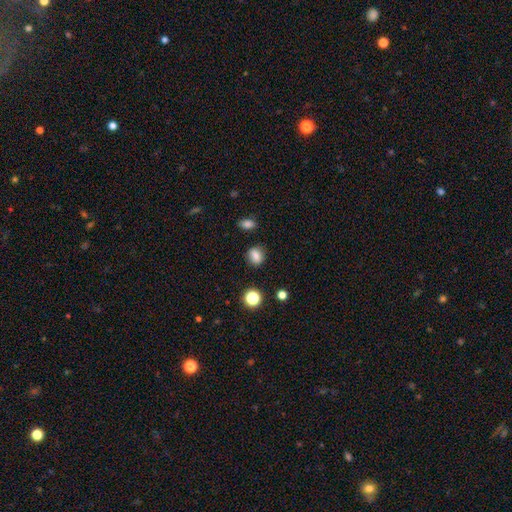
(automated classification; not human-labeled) This appears to be a smooth galaxy with no disk features (82%) that is round (54%). Merging: none (83%).